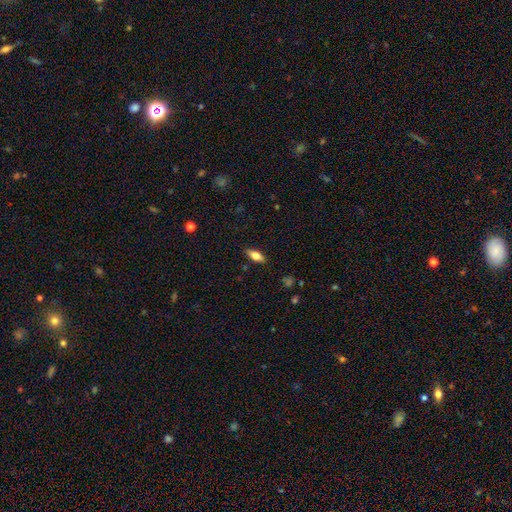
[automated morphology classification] This appears to be a smooth galaxy with no disk features (65%) that is in between round and cigar-shaped (77%). Merging: none (87%).